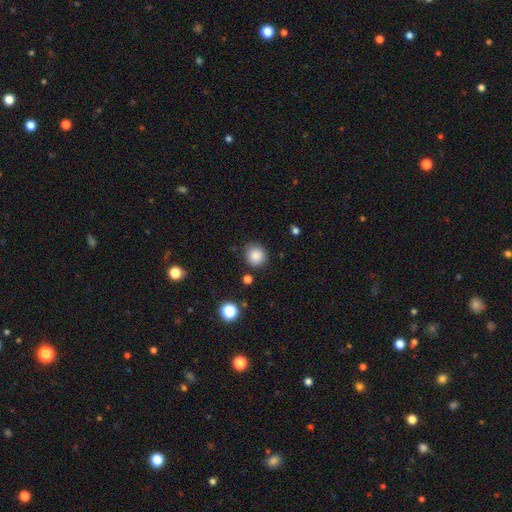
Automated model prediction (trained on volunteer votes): smooth-or-featured: smooth: 86% | star or artifact: 10% | featured or disk: 4%
  how-rounded: round: 90% | in between: 9% | cigar-shaped: 1%
  merging: none: 85% | minor disturbance: 10% | major disturbance: 3% | merger: 2%